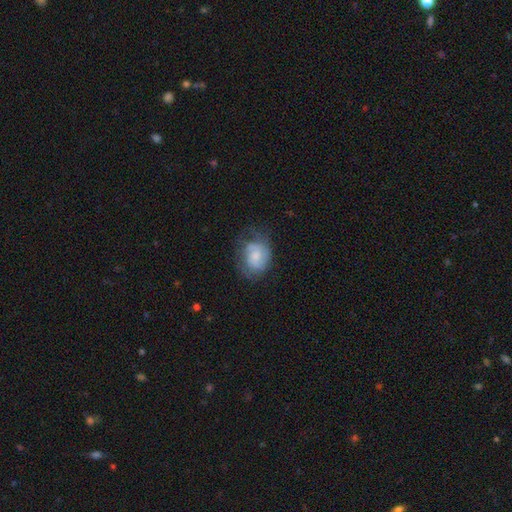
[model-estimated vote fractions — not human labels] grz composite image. It shows a smooth galaxy with no disk features (49%). Merging: none (48%).